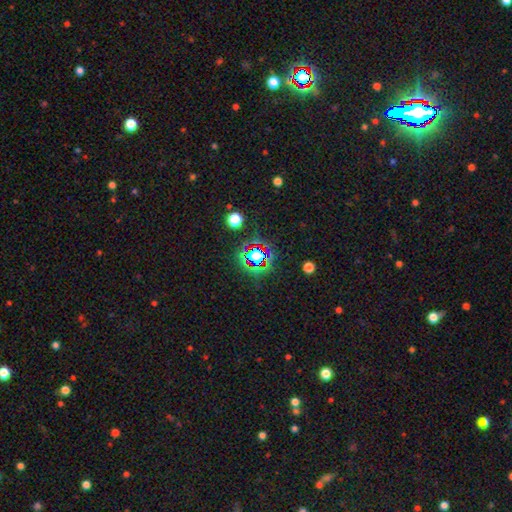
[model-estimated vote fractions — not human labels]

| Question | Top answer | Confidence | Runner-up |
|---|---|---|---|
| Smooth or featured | star or artifact | 67% | smooth (22%) |